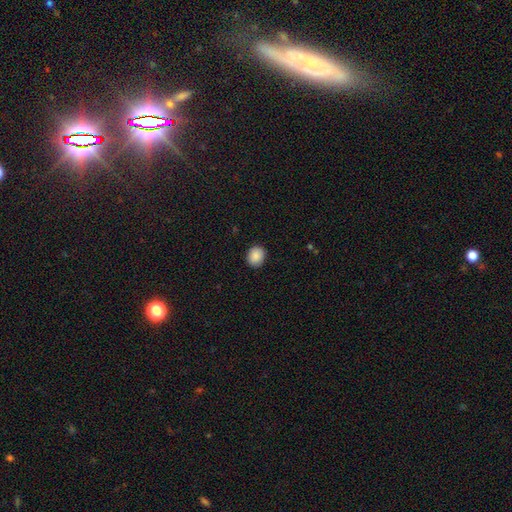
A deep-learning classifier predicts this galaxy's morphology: Smooth or featured? Predicted: smooth (p=0.89). How rounded? Predicted: round (p=0.59). Merging? Predicted: none (p=0.90).